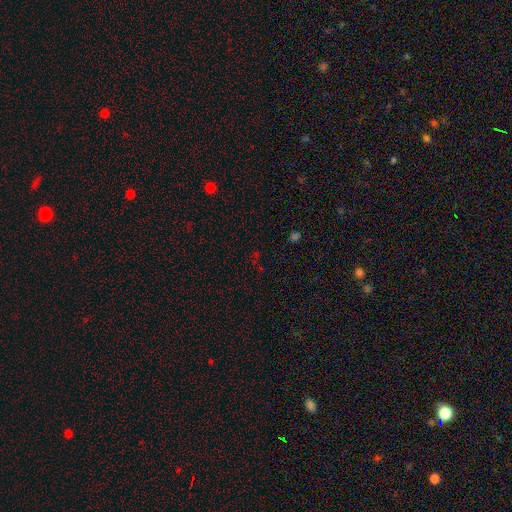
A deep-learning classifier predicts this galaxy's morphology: Smooth or featured: star or artifact — 62% (smooth — 30%)